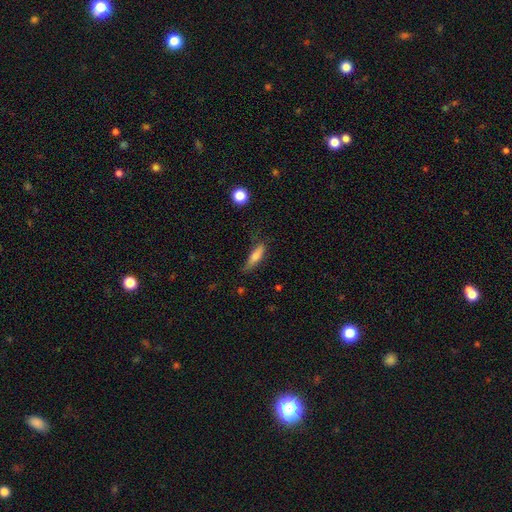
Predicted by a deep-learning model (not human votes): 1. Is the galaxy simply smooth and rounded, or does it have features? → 72% smooth, 21% featured or disk, 8% star or artifact.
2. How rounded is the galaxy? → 67% cigar-shaped, 30% in between, 2% round.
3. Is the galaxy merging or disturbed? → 64% none, 26% minor disturbance, 8% major disturbance, 2% merger.